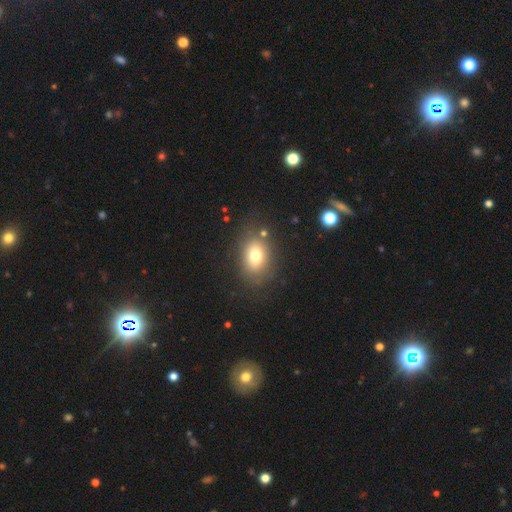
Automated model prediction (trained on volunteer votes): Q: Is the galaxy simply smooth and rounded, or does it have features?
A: smooth — 74%.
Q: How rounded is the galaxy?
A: in between — 73%.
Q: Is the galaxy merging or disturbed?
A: none — 75%.